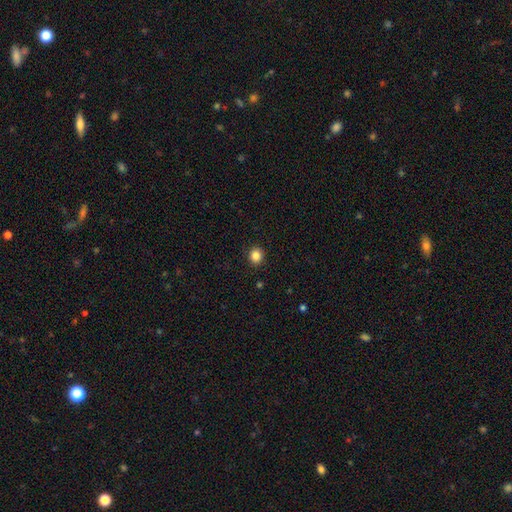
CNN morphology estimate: smooth_or_featured: smooth (p=0.85) [alt: star or artifact p=0.11]
how_rounded: round (p=0.77) [alt: in between p=0.22]
merging: none (p=0.91) [alt: minor disturbance p=0.06]